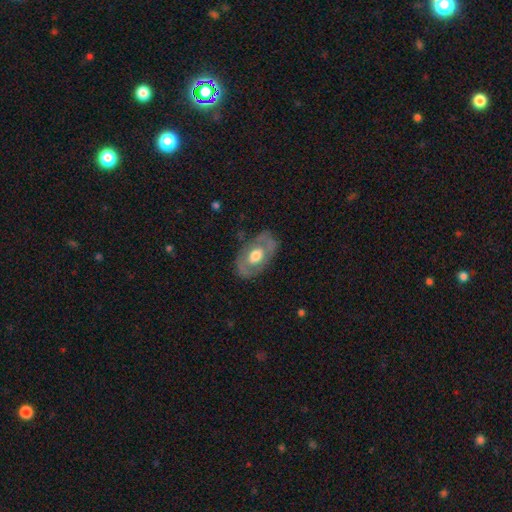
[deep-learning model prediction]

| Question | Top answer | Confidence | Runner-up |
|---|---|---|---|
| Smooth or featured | featured or disk | 56% | smooth (39%) |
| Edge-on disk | no | 90% | yes (10%) |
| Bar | no | 79% | weak (16%) |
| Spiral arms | no | 73% | yes (27%) |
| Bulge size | moderate | 54% | large (38%) |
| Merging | none | 74% | minor disturbance (18%) |